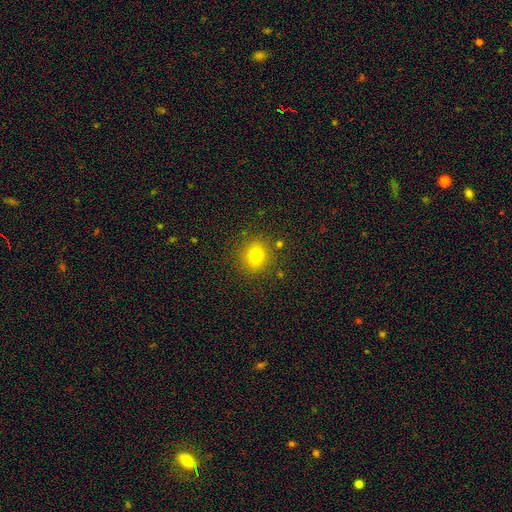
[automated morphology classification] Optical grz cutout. It shows a smooth galaxy with no disk features (76%) that is round (74%). Merging: none (86%).